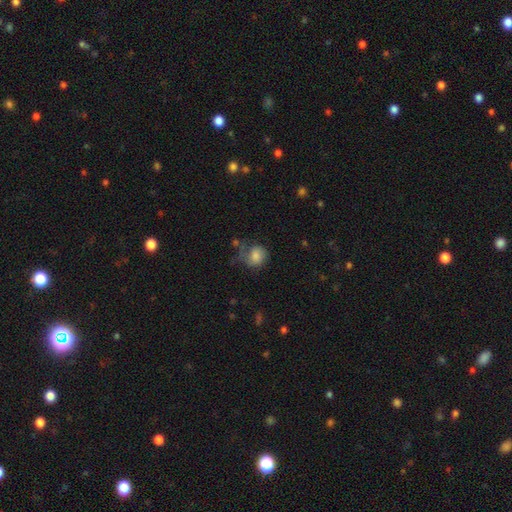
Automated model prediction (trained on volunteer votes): The model was most divided on "merging": none: 46%, minor disturbance: 28%, major disturbance: 19%, merger: 6%. More confident: smooth or featured — smooth (77%); how rounded — round (68%).